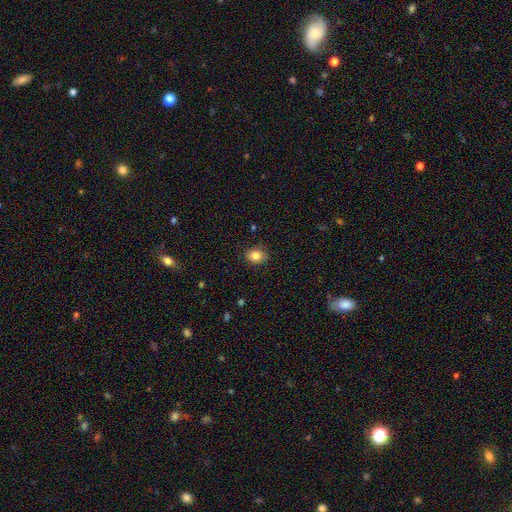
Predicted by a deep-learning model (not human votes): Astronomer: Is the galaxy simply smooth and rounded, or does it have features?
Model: smooth — 85%.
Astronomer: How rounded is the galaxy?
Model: in between — 53% (runner-up: round, 46%).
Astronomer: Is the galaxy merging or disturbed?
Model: none — 86%.